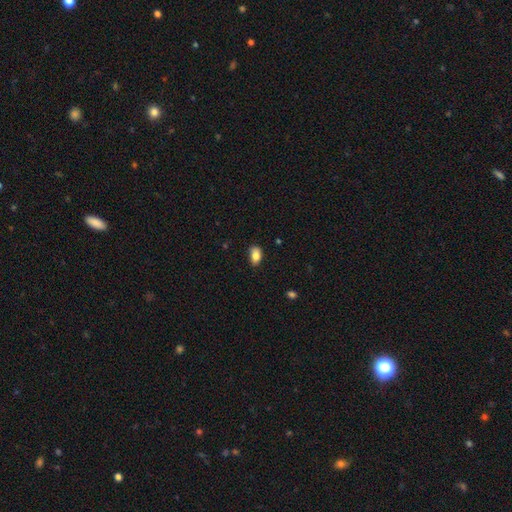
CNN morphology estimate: smooth-or-featured: smooth: 84% | star or artifact: 8% | featured or disk: 7%
  how-rounded: in between: 88% | round: 9% | cigar-shaped: 2%
  merging: none: 77% | minor disturbance: 19% | major disturbance: 3% | merger: 1%